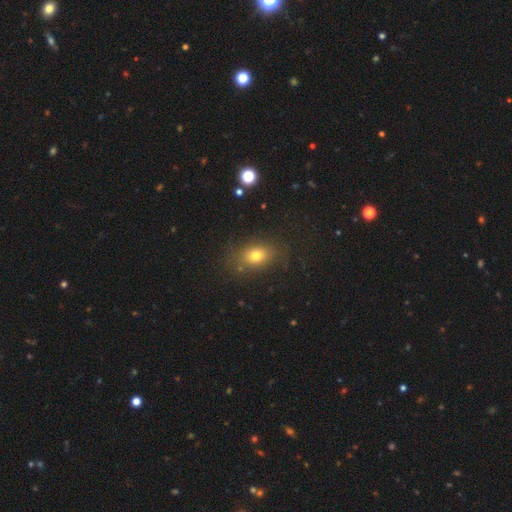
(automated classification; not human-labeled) The model was most divided on "how rounded": in between: 70%, round: 28%, cigar-shaped: 2%. More confident: merging — none (80%); smooth or featured — smooth (73%).